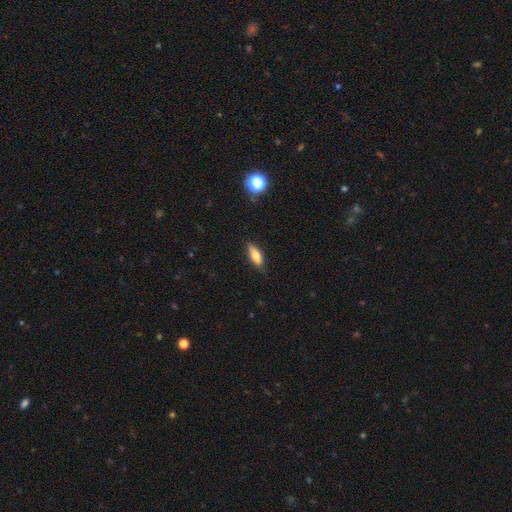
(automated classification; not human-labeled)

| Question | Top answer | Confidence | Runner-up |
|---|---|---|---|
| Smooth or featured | smooth | 73% | featured or disk (19%) |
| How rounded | in between | 69% | cigar-shaped (29%) |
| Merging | none | 81% | minor disturbance (15%) |